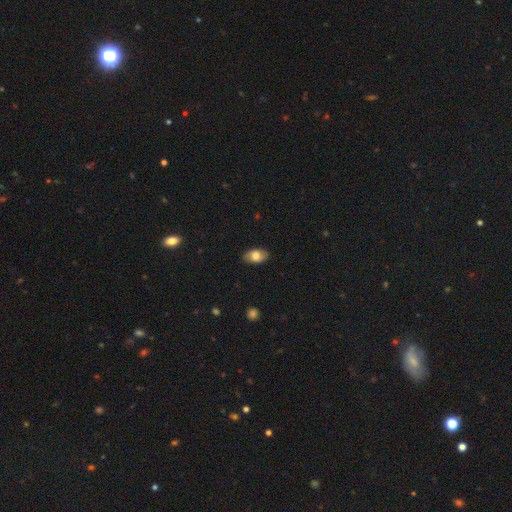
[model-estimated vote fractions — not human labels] smooth-or-featured: smooth: 72% | featured or disk: 21% | star or artifact: 7%
  how-rounded: in between: 92% | round: 7% | cigar-shaped: 2%
  merging: none: 86% | minor disturbance: 11% | major disturbance: 2% | merger: 1%